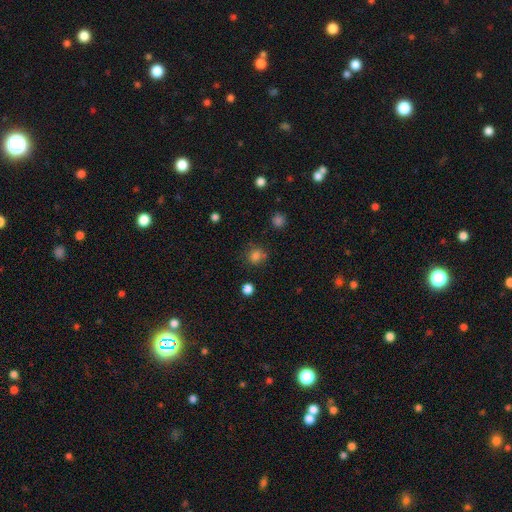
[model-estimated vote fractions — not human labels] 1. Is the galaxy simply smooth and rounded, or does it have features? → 79% smooth, 16% star or artifact, 5% featured or disk.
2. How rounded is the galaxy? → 82% round, 17% in between, 1% cigar-shaped.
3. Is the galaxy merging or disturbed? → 75% none, 15% minor disturbance, 5% merger, 5% major disturbance.